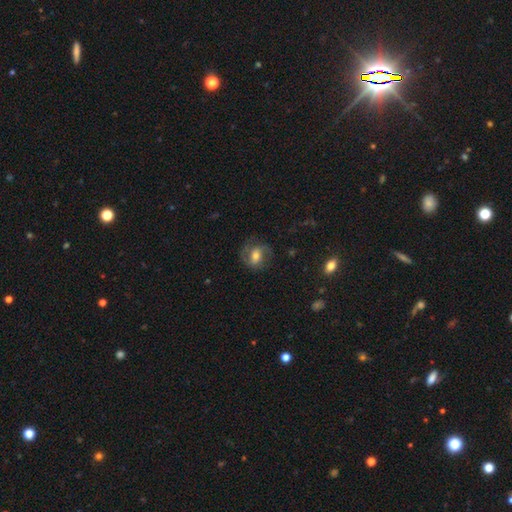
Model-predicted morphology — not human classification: This appears to be a featured or disk galaxy (55%) with a weak bar (40%), spiral arms (83%) and a moderate central bulge (62%). Merging: none (67%).